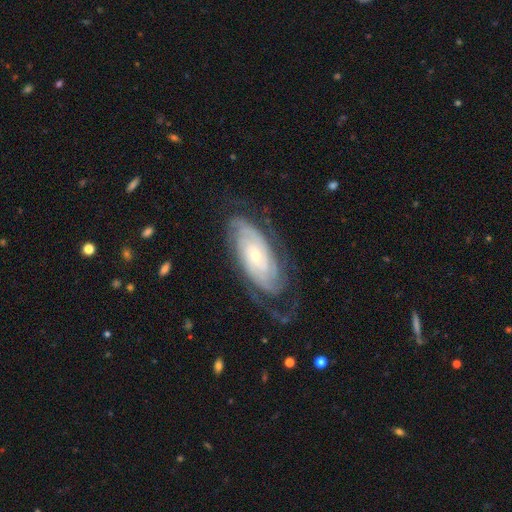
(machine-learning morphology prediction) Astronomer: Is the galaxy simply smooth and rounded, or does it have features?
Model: featured or disk — 87%.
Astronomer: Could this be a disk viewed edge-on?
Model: no — 93%.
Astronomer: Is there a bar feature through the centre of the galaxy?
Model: no — 70%.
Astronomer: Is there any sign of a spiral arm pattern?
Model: yes — 97%.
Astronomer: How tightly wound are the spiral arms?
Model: tight — 77%.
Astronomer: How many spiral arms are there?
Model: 2 — 32% (runner-up: can't tell, 31%).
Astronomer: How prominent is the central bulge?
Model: small — 69%.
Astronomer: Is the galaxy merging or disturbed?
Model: none — 69%.